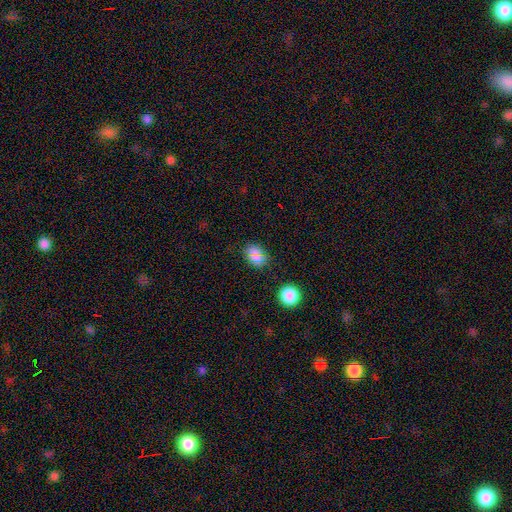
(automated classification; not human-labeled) Smooth or featured? smooth (64%)
How rounded? round (58%)
Merging? none (85%)